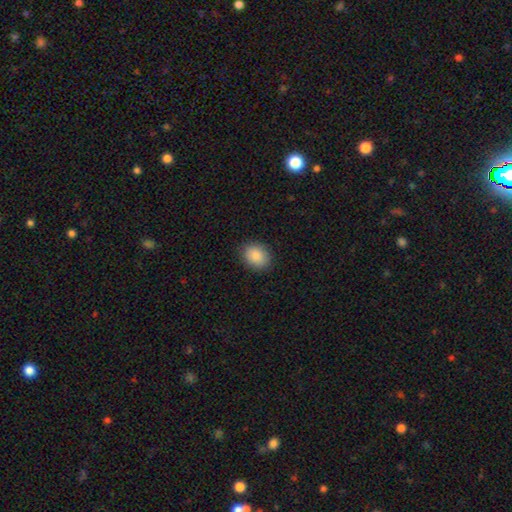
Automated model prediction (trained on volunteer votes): This is clearly a smooth galaxy (87%). How rounded: possibly round (54%). Merging: clearly none (89%).